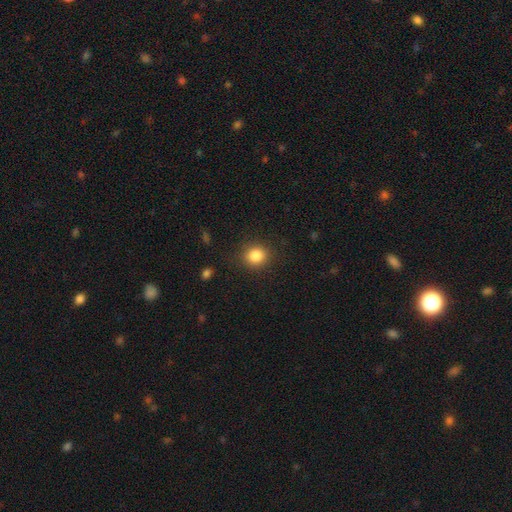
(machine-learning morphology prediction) This appears to be a smooth galaxy with no disk features (85%) that is round (83%). Merging: none (87%).